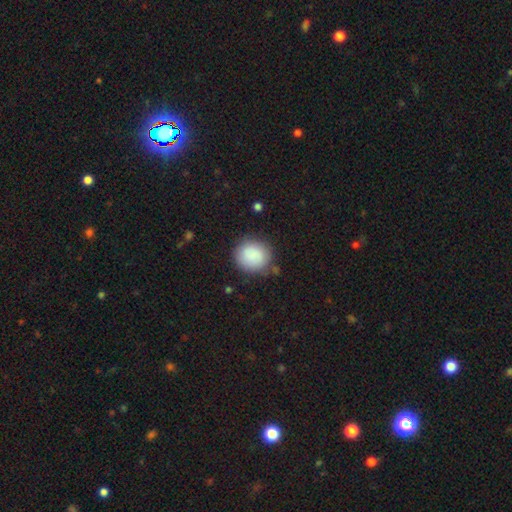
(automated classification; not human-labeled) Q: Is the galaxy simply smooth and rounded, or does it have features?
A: smooth — 86%.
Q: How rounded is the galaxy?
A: round — 84%.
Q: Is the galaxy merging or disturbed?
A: none — 80%.